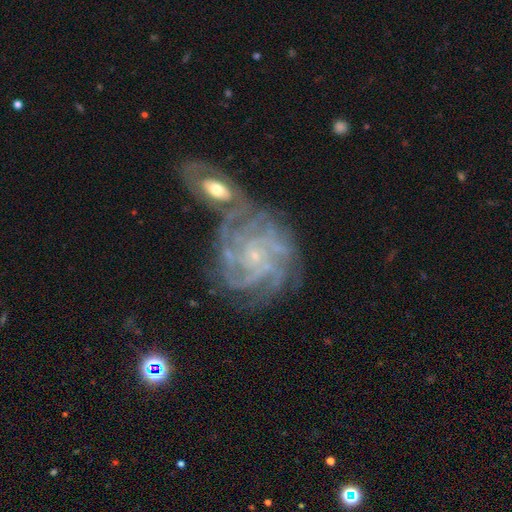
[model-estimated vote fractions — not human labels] Smooth or featured? Predicted: featured or disk (p=0.88). Edge-on disk? Predicted: no (p=0.97). Bar? Predicted: no (p=0.74). Spiral arms? Predicted: yes (p=0.97). Spiral winding? Predicted: tight (p=0.69). Spiral arm count? Predicted: 4 (p=0.28). Bulge size? Predicted: small (p=0.86). Merging? Predicted: none (p=0.51).